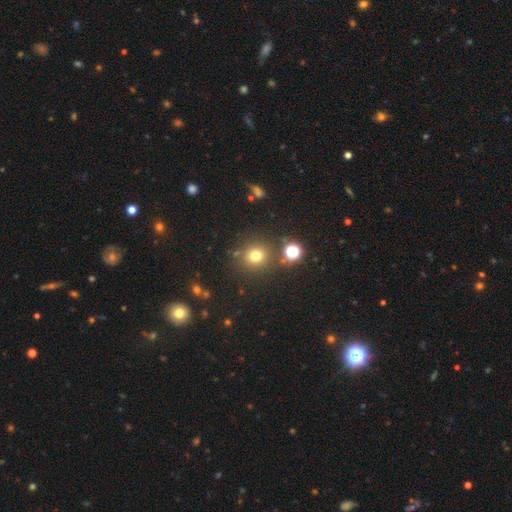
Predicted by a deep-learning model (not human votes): smooth-or-featured: smooth: 73% | star or artifact: 20% | featured or disk: 7%
  how-rounded: round: 88% | in between: 11% | cigar-shaped: 1%
  merging: none: 82% | minor disturbance: 8% | merger: 6% | major disturbance: 3%